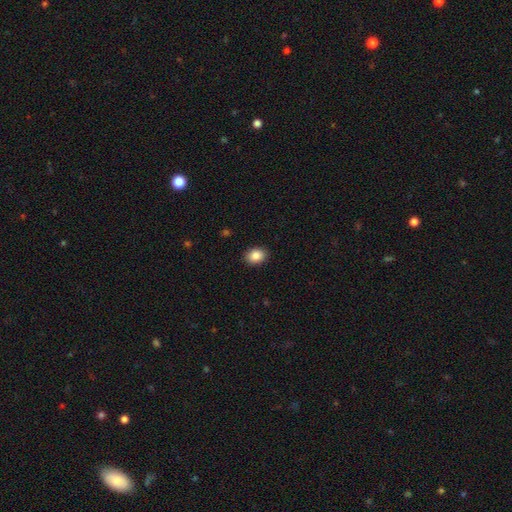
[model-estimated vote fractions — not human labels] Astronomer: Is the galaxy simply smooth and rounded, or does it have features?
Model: smooth — 87%.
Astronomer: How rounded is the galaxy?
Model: in between — 69%.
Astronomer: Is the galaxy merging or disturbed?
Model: none — 90%.